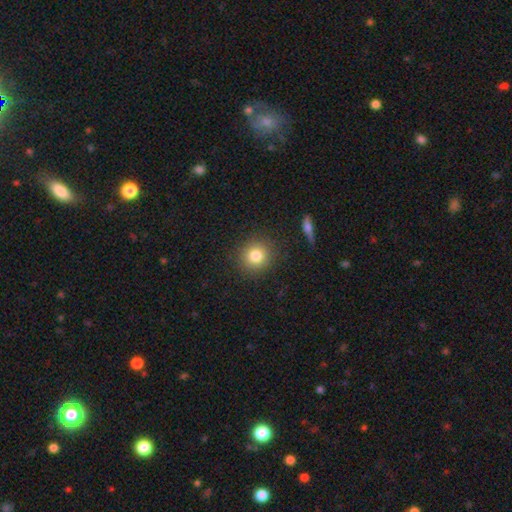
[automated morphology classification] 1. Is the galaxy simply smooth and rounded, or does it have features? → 81% smooth, 11% star or artifact, 8% featured or disk.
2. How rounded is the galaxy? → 91% round, 8% in between, 1% cigar-shaped.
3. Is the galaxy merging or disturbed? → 89% none, 7% minor disturbance, 3% major disturbance, 2% merger.